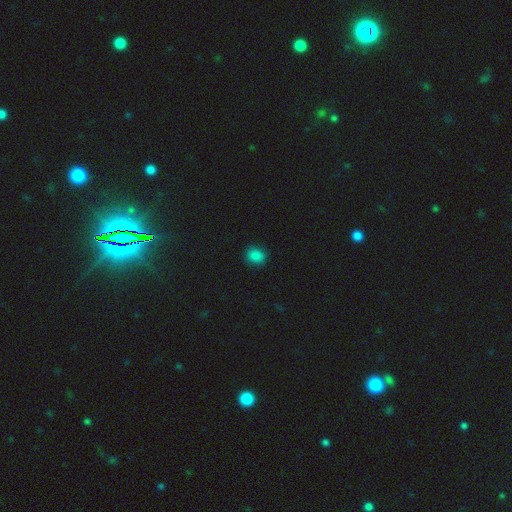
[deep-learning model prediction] Smooth or featured? Predicted: smooth (p=0.83). How rounded? Predicted: round (p=0.72). Merging? Predicted: none (p=0.89).